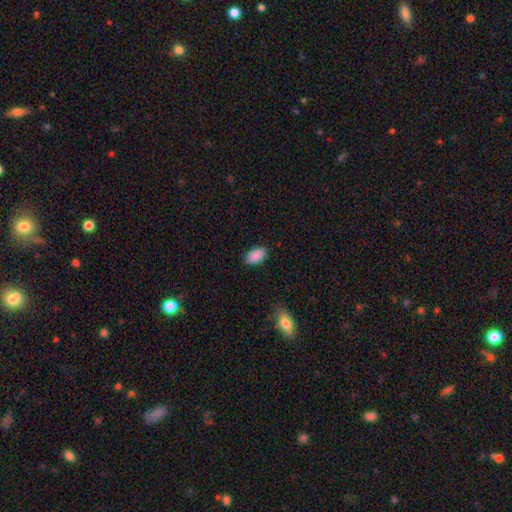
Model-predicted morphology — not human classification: smooth 90%, star or artifact 7%, featured or disk 3%. Down the decision tree: how rounded — in between (94%); merging — none (86%).